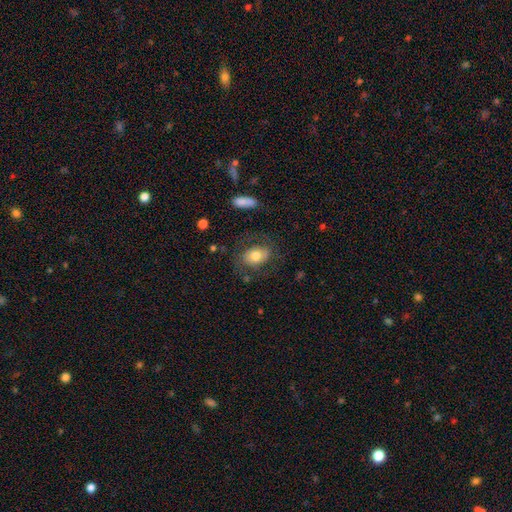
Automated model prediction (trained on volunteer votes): Smooth or featured? smooth (68%)
How rounded? in between (73%)
Merging? none (68%)